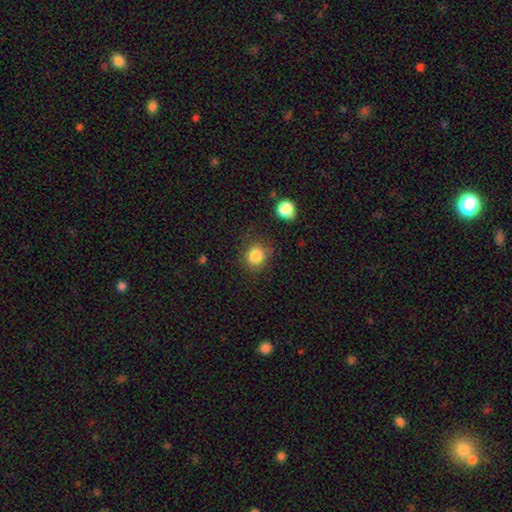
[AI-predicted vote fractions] A smooth galaxy with no disk features (85%) that is round (81%). Merging: none (76%).